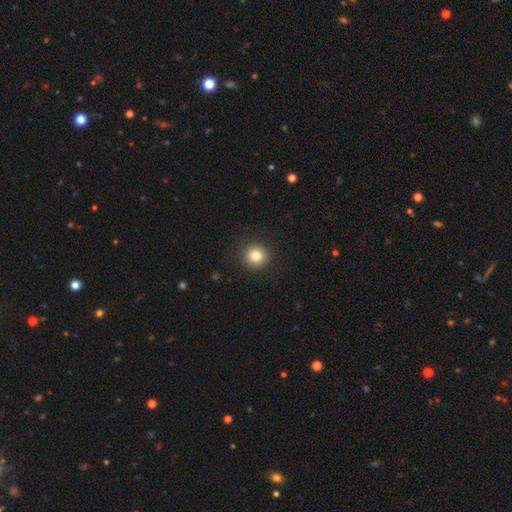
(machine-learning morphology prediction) Overall: smooth (83%). How rounded: round (94%). Merging: none (91%).